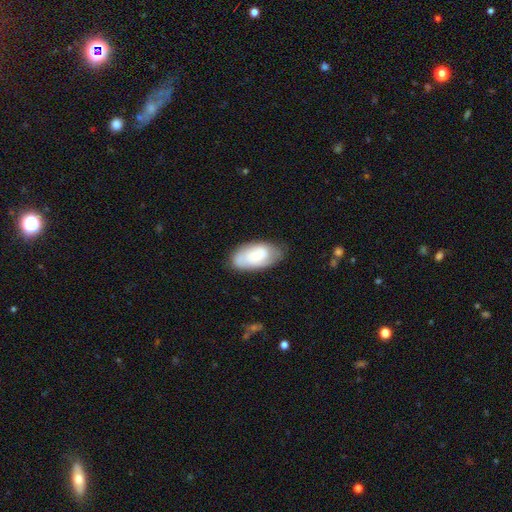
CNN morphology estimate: Smooth or featured?
  - featured or disk: 54% *
  - smooth: 40%
  - star or artifact: 6%
Edge-on disk?
  - no: 95% *
  - yes: 5%
Bar?
  - no: 73% *
  - weak: 23%
  - strong: 4%
Spiral arms?
  - yes: 81% *
  - no: 19%
Bulge size?
  - small: 54% *
  - moderate: 37%
  - large: 5%
  - none: 4%
  - dominant: 1%
Merging?
  - none: 72% *
  - minor disturbance: 21%
  - major disturbance: 5%
  - merger: 2%